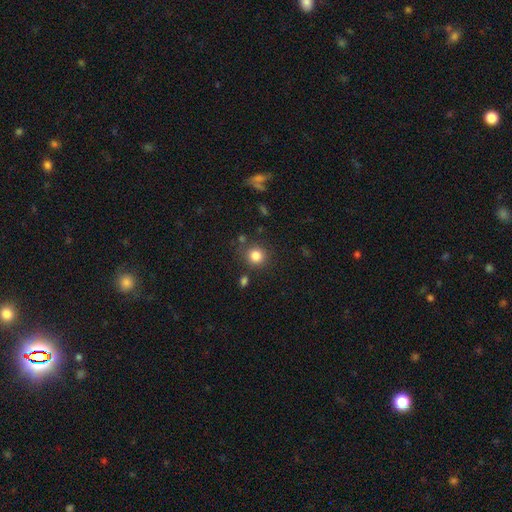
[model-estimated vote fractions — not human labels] smooth 83%, star or artifact 11%, featured or disk 6%. Down the decision tree: how rounded — round (89%); merging — none (82%).